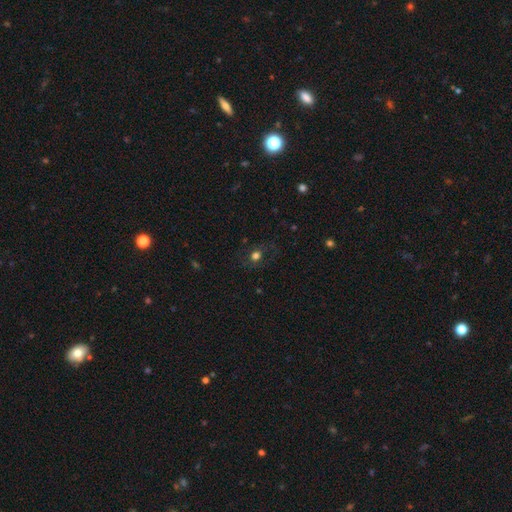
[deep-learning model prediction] smooth 62%, star or artifact 20%, featured or disk 18%. Down the decision tree: how rounded — round (67%); merging — none (72%).